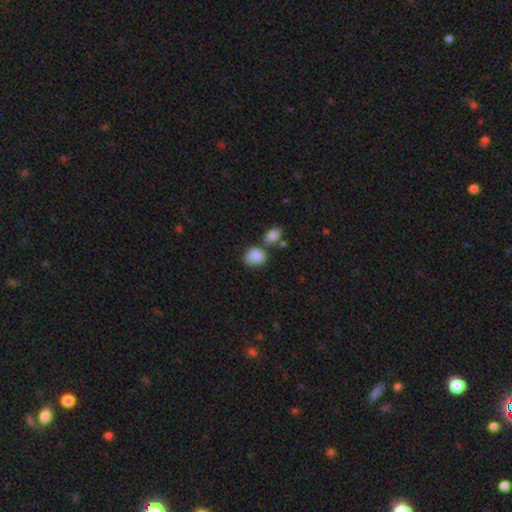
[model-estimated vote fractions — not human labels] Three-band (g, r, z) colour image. It shows a smooth galaxy with no disk features (83%) that is round (53%). Merging: none (44%).